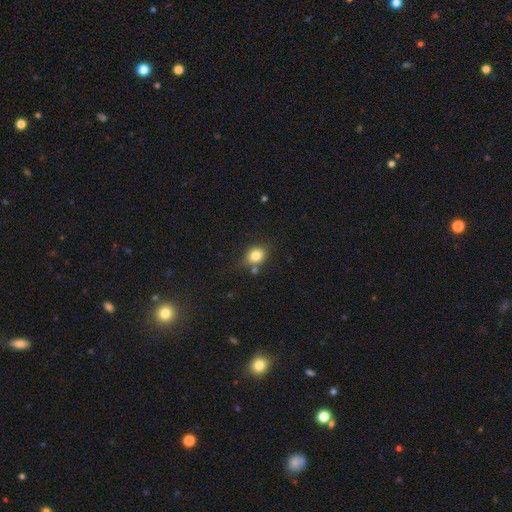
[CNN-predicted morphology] Smooth or featured?
  - smooth: 82% *
  - star or artifact: 10%
  - featured or disk: 8%
How rounded?
  - round: 55% *
  - in between: 44%
  - cigar-shaped: 1%
Merging?
  - none: 71% *
  - minor disturbance: 15%
  - merger: 10%
  - major disturbance: 4%